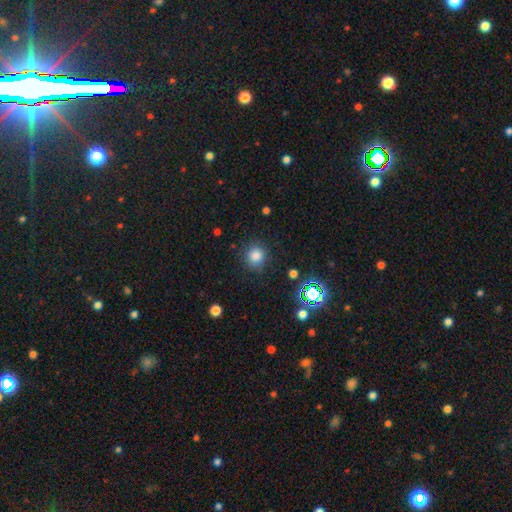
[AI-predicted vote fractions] Smooth or featured?
  - smooth: 80% *
  - star or artifact: 15%
  - featured or disk: 5%
How rounded?
  - round: 89% *
  - in between: 10%
  - cigar-shaped: 1%
Merging?
  - none: 85% *
  - minor disturbance: 10%
  - major disturbance: 4%
  - merger: 2%